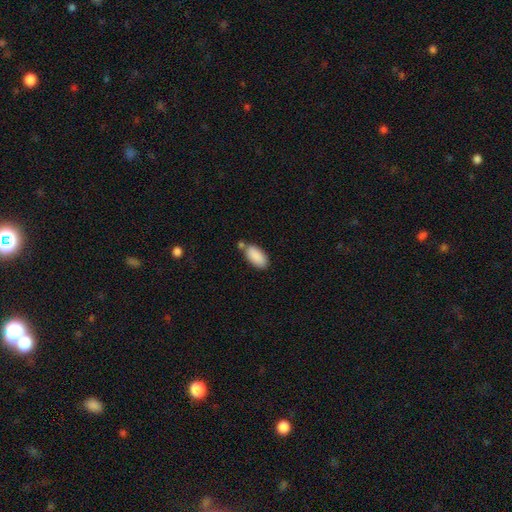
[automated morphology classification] smooth-or-featured: smooth: 89% | star or artifact: 6% | featured or disk: 5%
  how-rounded: in between: 93% | cigar-shaped: 6% | round: 2%
  merging: none: 62% | merger: 18% | minor disturbance: 16% | major disturbance: 4%